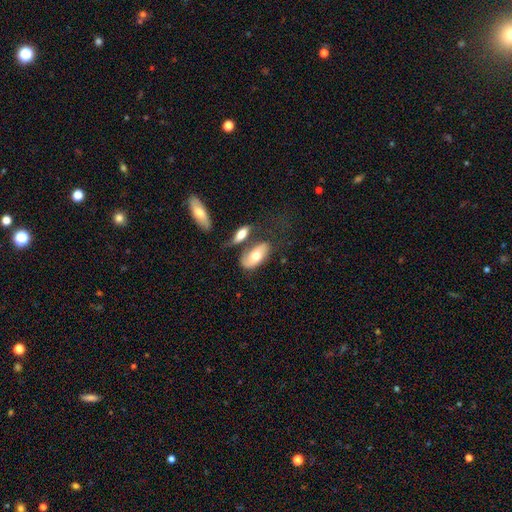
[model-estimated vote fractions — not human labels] Smooth or featured: smooth — 61% (featured or disk — 33%)
How rounded: in between — 90% (cigar-shaped — 7%)
Merging: none — 46% (merger — 27%)